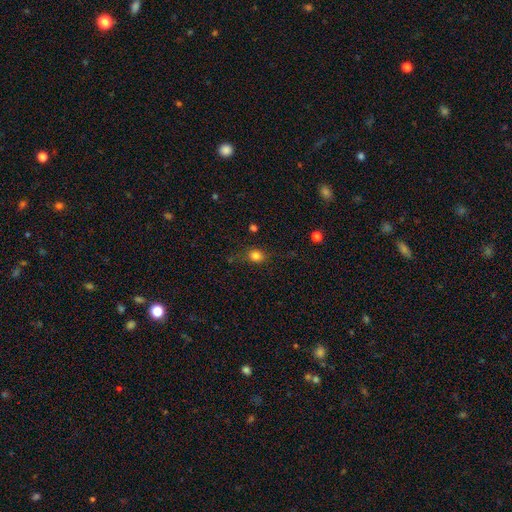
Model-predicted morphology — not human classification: Smooth or featured? Predicted: smooth (p=0.81). How rounded? Predicted: round (p=0.56). Merging? Predicted: none (p=0.76).